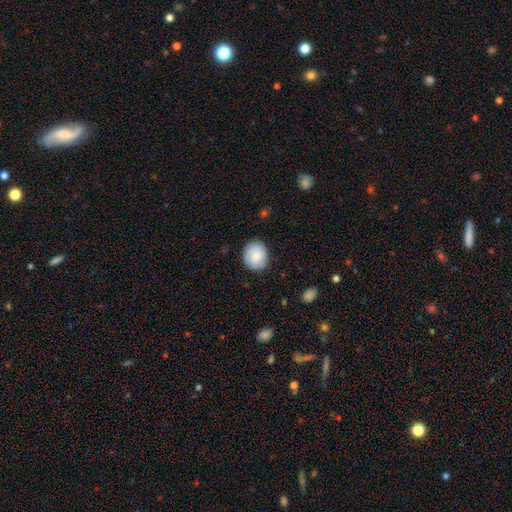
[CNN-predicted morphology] smooth_or_featured: smooth (p=0.78) [alt: featured or disk p=0.15]
how_rounded: round (p=0.69) [alt: in between p=0.31]
merging: none (p=0.83) [alt: minor disturbance p=0.13]